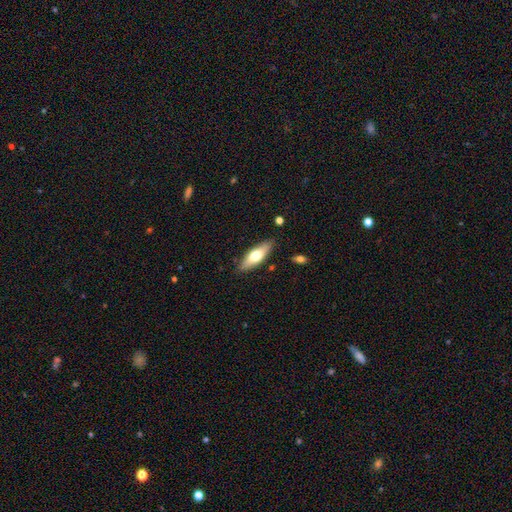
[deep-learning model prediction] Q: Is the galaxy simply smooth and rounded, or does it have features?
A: smooth — 58%.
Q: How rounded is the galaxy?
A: in between — 55%.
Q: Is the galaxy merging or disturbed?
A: none — 86%.